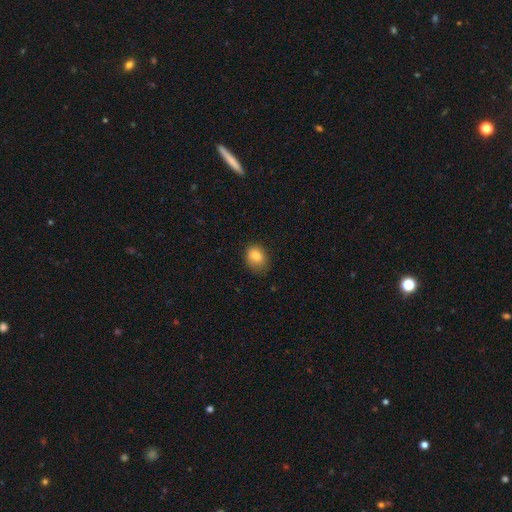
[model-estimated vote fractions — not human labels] Overall: smooth (82%). How rounded: in between (55%; round 44%). Merging: none (70%).